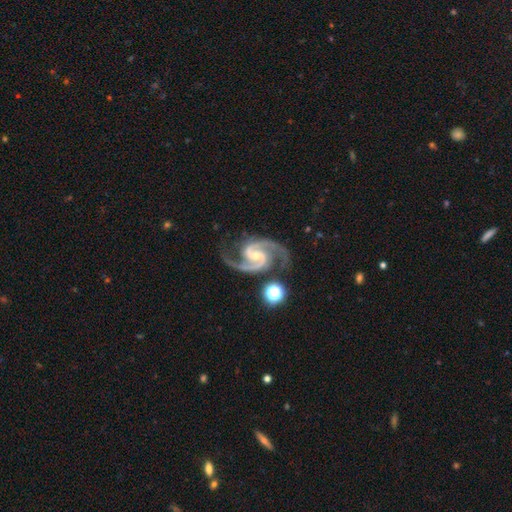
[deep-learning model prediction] This is clearly a featured or disk galaxy (94%). It is clearly not viewed edge-on (98%). Bar: possibly weak (45%). Spiral arm pattern: clearly yes (99%). Spiral arm count: clearly 2 (91%). Spiral winding: likely medium (69%). Central bulge: possibly small (59%). Merging: likely none (73%).